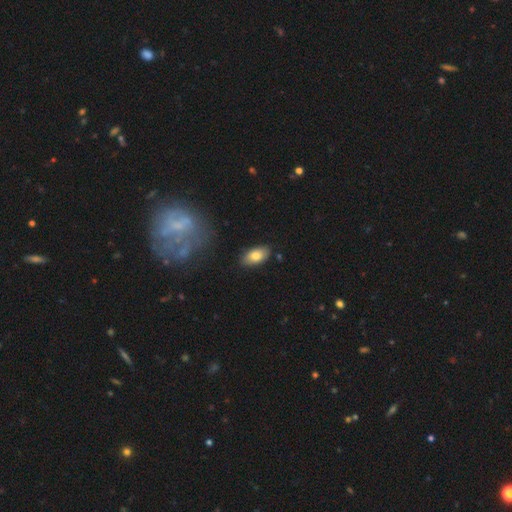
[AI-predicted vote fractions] Morphology: type=smooth (80%); roundness=in between (93%); merging=none (85%).